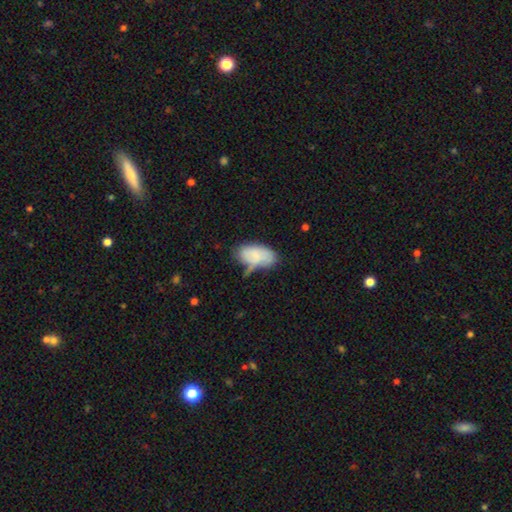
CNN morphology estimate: A smooth galaxy with no disk features (77%) that is in between round and cigar-shaped (93%). Merging: none (46%).